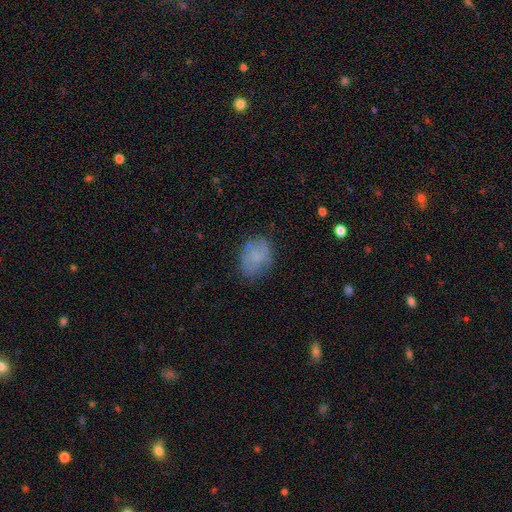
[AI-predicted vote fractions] This appears to be a smooth galaxy with no disk features (68%) that is in between round and cigar-shaped (67%). Merging: none (70%).